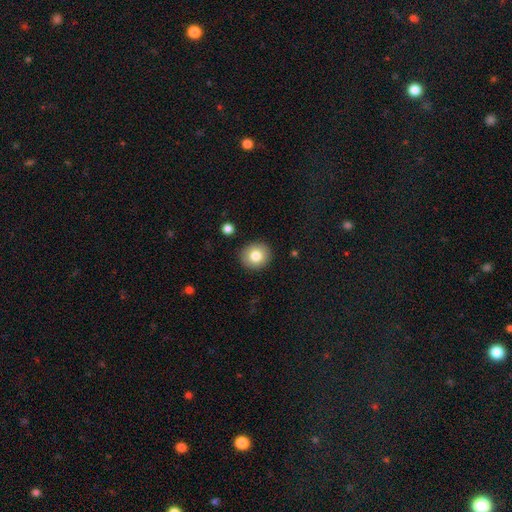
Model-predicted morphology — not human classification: This is clearly a smooth galaxy (81%). How rounded: clearly round (86%). Merging: clearly none (90%).